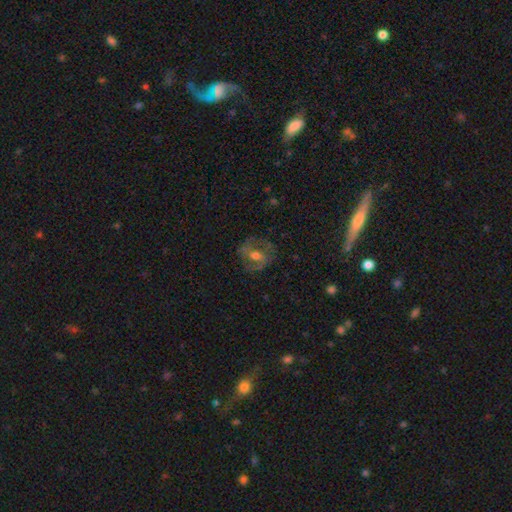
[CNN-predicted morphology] Q: Smooth or featured?
A: featured or disk (58%); runner-up: smooth (33%)
Q: Edge-on disk?
A: no (95%); runner-up: yes (5%)
Q: Bar?
A: no (40%); runner-up: weak (39%)
Q: Spiral arms?
A: yes (54%); runner-up: no (46%)
Q: Bulge size?
A: moderate (69%); runner-up: small (18%)
Q: Merging?
A: none (69%); runner-up: minor disturbance (18%)